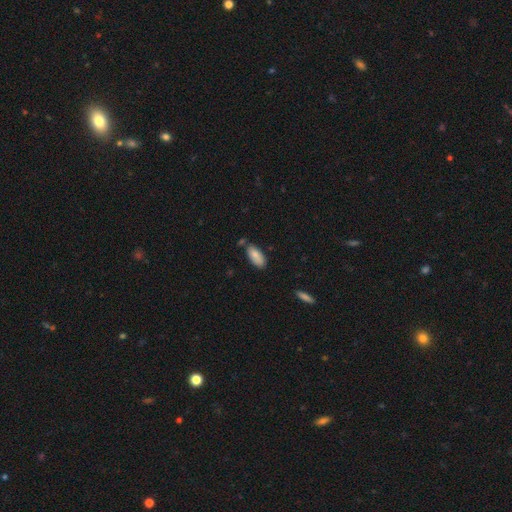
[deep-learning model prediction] smooth-or-featured: smooth: 84% | featured or disk: 9% | star or artifact: 7%
  how-rounded: in between: 86% | cigar-shaped: 12% | round: 2%
  merging: none: 69% | minor disturbance: 20% | merger: 8% | major disturbance: 3%